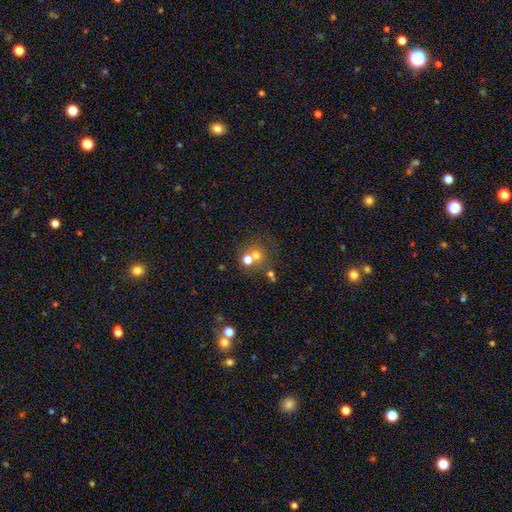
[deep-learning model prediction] A smooth galaxy with no disk features (63%) that is round (85%).

Vote fractions:
- Smooth or featured? smooth: 63% / star or artifact: 20% / featured or disk: 17%
- How rounded? round: 85% / in between: 14% / cigar-shaped: 1%
- Merging? none: 48% / merger: 40% / minor disturbance: 7% / major disturbance: 5%